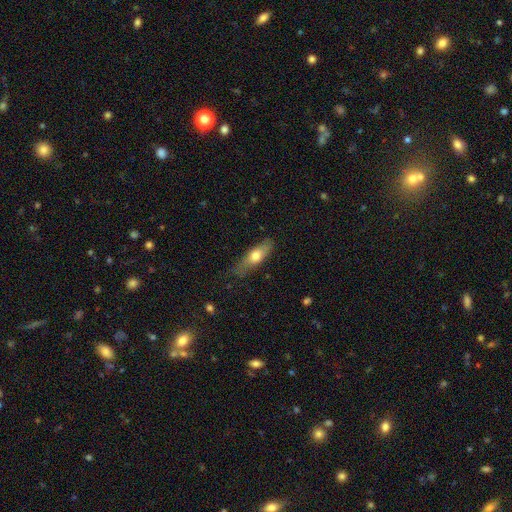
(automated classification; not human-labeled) smooth-or-featured: smooth: 65% | featured or disk: 29% | star or artifact: 6%
  how-rounded: in between: 52% | cigar-shaped: 45% | round: 3%
  merging: none: 71% | minor disturbance: 22% | major disturbance: 5% | merger: 1%